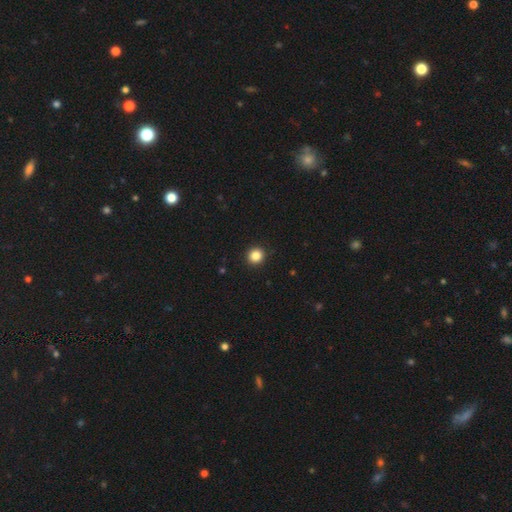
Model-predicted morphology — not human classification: A smooth galaxy with no disk features (85%) that is round (94%).

Vote fractions:
- Smooth or featured? smooth: 85% / star or artifact: 11% / featured or disk: 4%
- How rounded? round: 94% / in between: 5% / cigar-shaped: 1%
- Merging? none: 93% / minor disturbance: 4% / major disturbance: 2% / merger: 1%